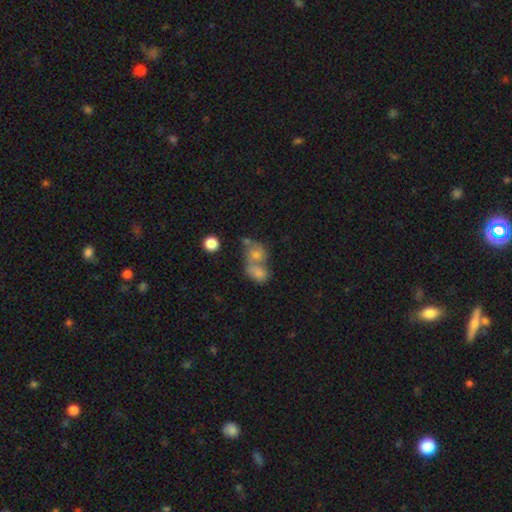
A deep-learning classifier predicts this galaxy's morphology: Smooth or featured? Predicted: smooth (p=0.55). How rounded? Predicted: round (p=0.59). Merging? Predicted: merger (p=0.58).